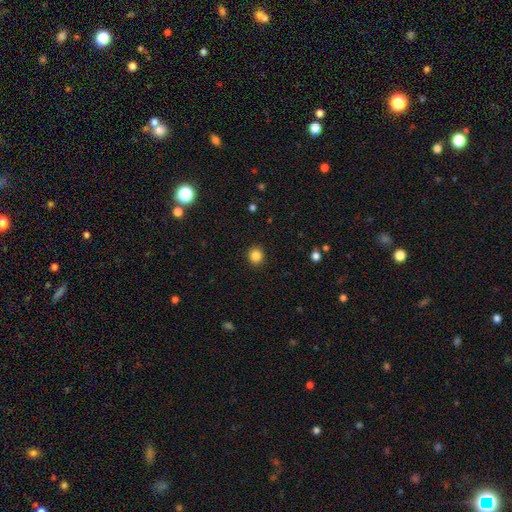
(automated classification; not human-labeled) This appears to be a smooth galaxy with no disk features (85%) that is round (87%). Merging: none (92%).